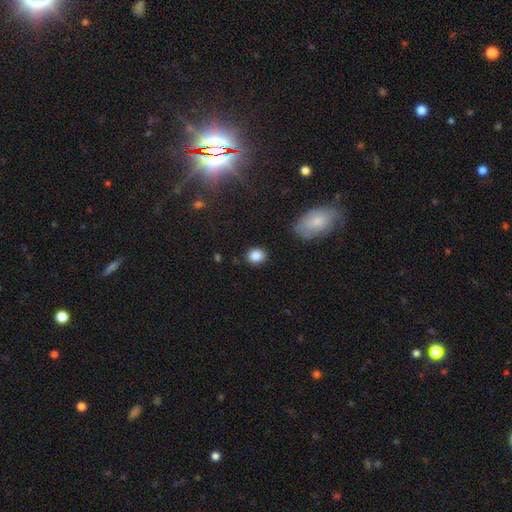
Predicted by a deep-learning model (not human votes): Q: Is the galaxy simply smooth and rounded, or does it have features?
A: smooth — 86%.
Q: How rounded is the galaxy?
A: round — 63%.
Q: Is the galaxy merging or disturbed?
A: none — 87%.